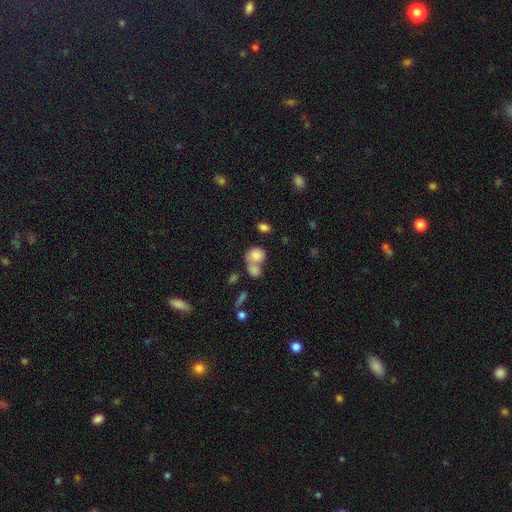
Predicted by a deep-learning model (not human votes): Smooth or featured: smooth — 82% (featured or disk — 10%)
How rounded: round — 59% (in between — 39%)
Merging: merger — 55% (none — 31%)